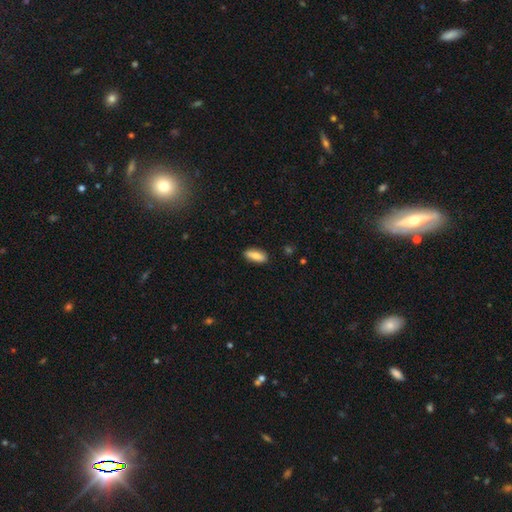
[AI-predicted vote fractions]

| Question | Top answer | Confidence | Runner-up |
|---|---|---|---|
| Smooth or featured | smooth | 78% | featured or disk (15%) |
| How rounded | in between | 75% | cigar-shaped (22%) |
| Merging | none | 85% | minor disturbance (11%) |